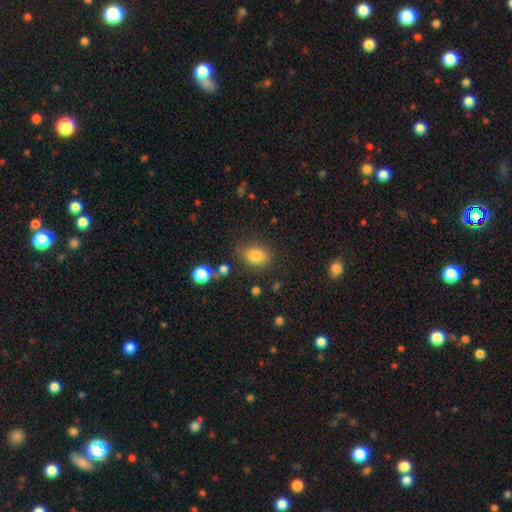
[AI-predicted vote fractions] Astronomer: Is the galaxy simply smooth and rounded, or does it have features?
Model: smooth — 82%.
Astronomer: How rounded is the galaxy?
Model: in between — 66%.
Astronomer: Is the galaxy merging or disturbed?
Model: none — 74%.